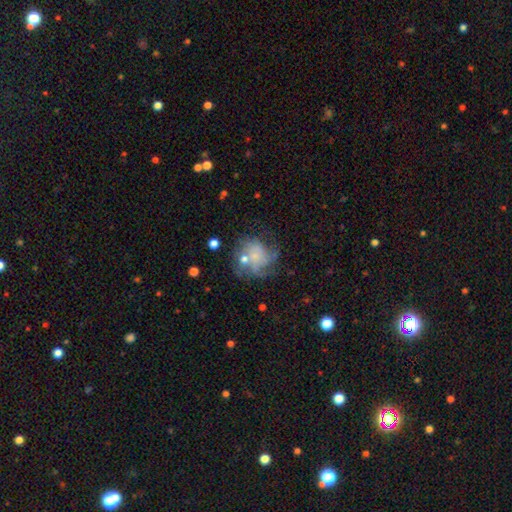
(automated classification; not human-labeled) The model was most divided on "merging": none: 41%, major disturbance: 27%, minor disturbance: 22%, merger: 10%. Remaining: edge-on disk — no (98%); bar — no (84%); spiral arms — yes (64%); smooth or featured — featured or disk (52%); bulge size — small (50%).